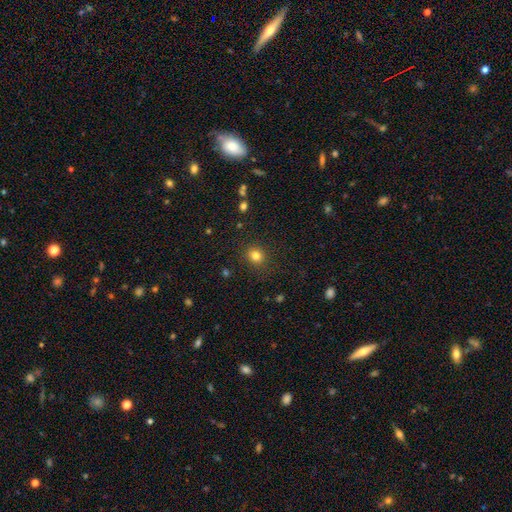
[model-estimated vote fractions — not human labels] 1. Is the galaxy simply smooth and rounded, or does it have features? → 81% smooth, 13% star or artifact, 5% featured or disk.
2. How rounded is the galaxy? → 79% round, 20% in between, 1% cigar-shaped.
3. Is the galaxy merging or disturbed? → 88% none, 8% minor disturbance, 3% major disturbance, 1% merger.